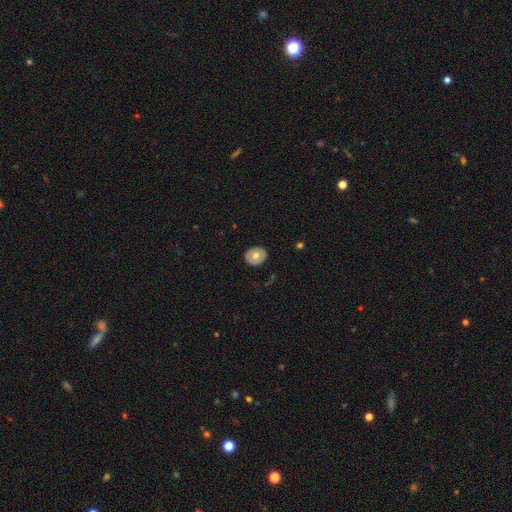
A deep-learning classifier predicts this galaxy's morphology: Smooth or featured? smooth (55%)
How rounded? round (61%)
Merging? none (86%)